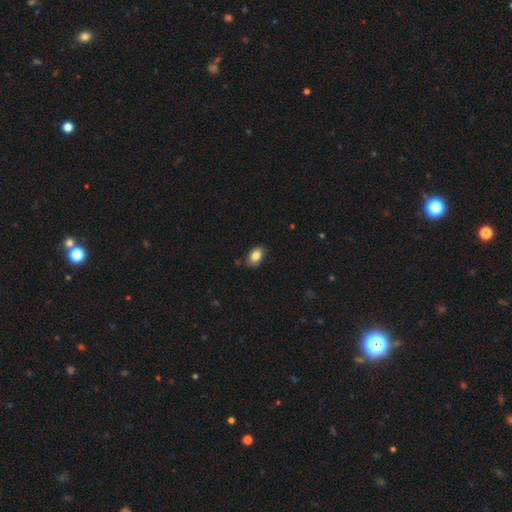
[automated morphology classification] The model was most divided on "merging": none: 79%, minor disturbance: 16%, major disturbance: 3%, merger: 2%. More confident: how rounded — in between (87%); smooth or featured — smooth (84%).